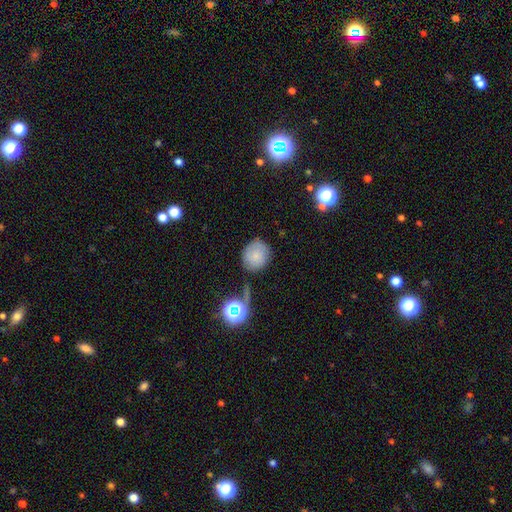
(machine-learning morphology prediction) smooth_or_featured: smooth (p=0.77) [alt: star or artifact p=0.12]
how_rounded: round (p=0.80) [alt: in between p=0.19]
merging: none (p=0.69) [alt: minor disturbance p=0.19]